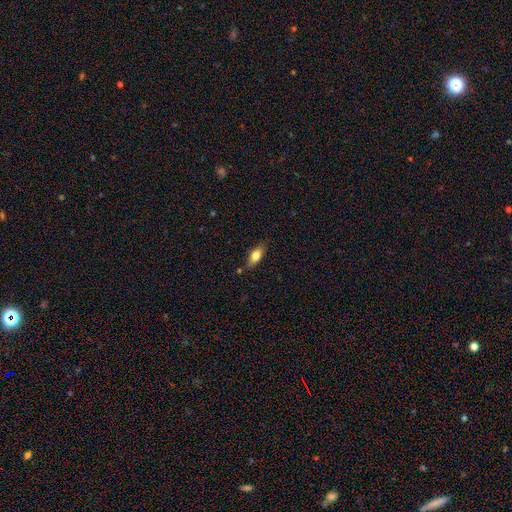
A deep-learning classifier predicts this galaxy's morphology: A smooth galaxy with no disk features (70%) that is in between round and cigar-shaped (73%).

Vote fractions:
- Smooth or featured? smooth: 70% / featured or disk: 23% / star or artifact: 7%
- How rounded? in between: 73% / cigar-shaped: 23% / round: 4%
- Merging? none: 76% / minor disturbance: 17% / major disturbance: 4% / merger: 3%